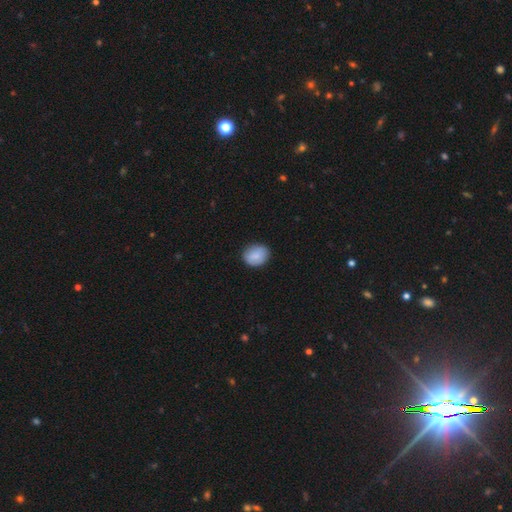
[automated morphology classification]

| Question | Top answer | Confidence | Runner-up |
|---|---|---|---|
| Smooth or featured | smooth | 84% | featured or disk (9%) |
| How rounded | round | 61% | in between (38%) |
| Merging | none | 84% | minor disturbance (13%) |